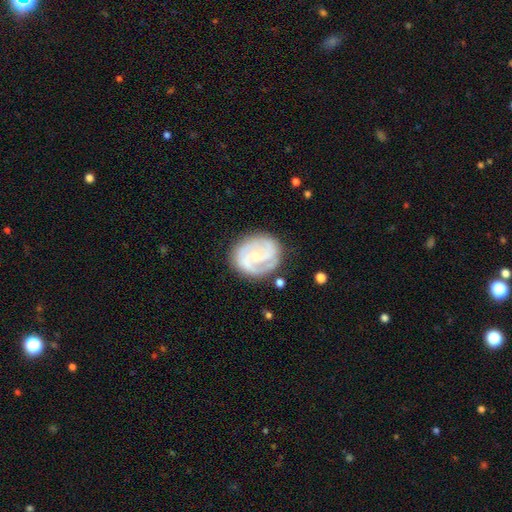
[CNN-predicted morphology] This is clearly a featured or disk galaxy (85%). It is clearly not viewed edge-on (98%). Bar: likely no (61%). Spiral arm pattern: clearly yes (95%). Spiral arm count: possibly 2 (52%). Spiral winding: possibly tight (58%). Central bulge: likely small (65%). Merging: likely none (77%).